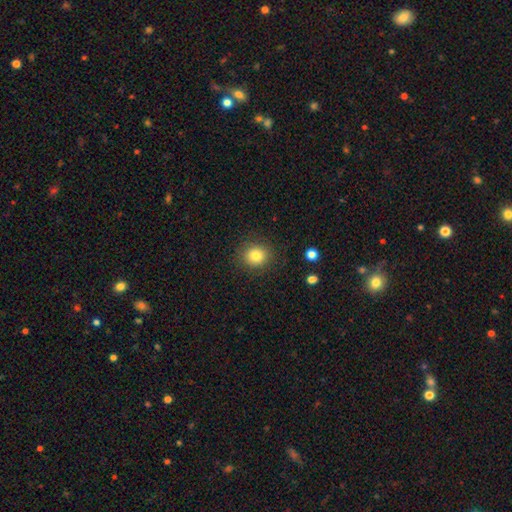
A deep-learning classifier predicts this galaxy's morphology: Smooth or featured?
  - smooth: 82% *
  - star or artifact: 11%
  - featured or disk: 7%
How rounded?
  - round: 84% *
  - in between: 15%
  - cigar-shaped: 1%
Merging?
  - none: 88% *
  - minor disturbance: 8%
  - major disturbance: 3%
  - merger: 1%